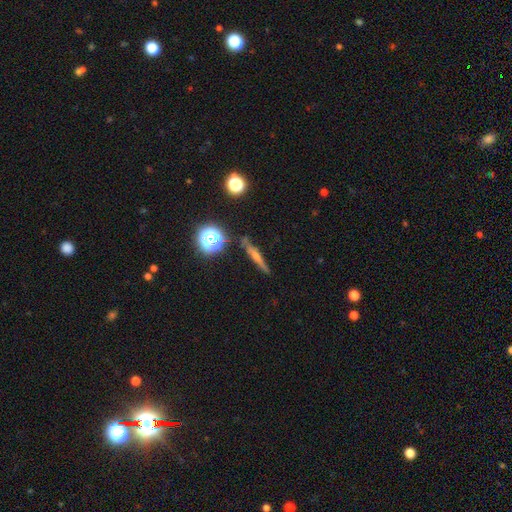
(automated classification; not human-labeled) Smooth or featured?
  - featured or disk: 53% *
  - smooth: 31%
  - star or artifact: 16%
Edge-on disk?
  - yes: 94% *
  - no: 6%
Merging?
  - none: 87% *
  - minor disturbance: 8%
  - merger: 2%
  - major disturbance: 2%